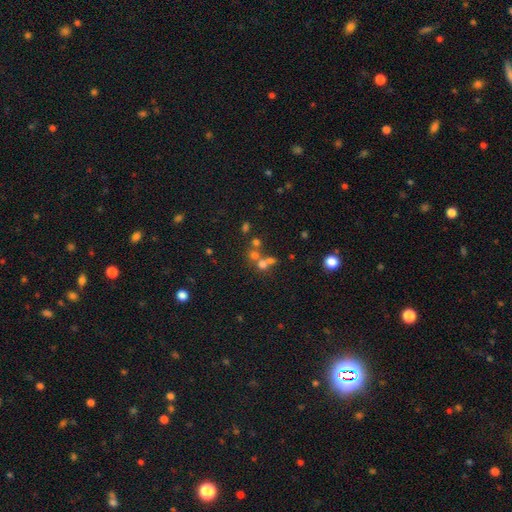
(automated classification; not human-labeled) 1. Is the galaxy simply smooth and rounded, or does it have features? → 41% star or artifact, 40% smooth, 20% featured or disk.